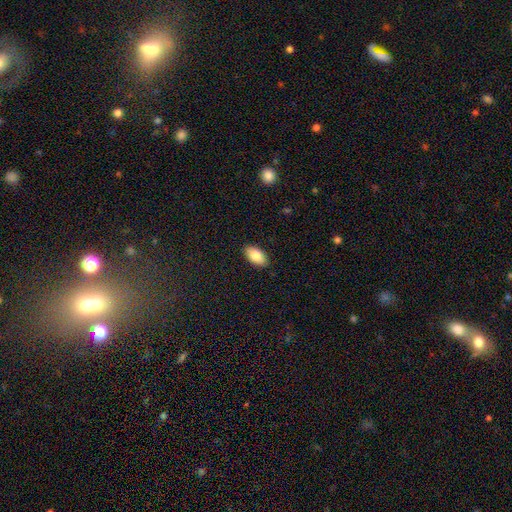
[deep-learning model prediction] Smooth or featured: smooth — 85% (featured or disk — 8%)
How rounded: in between — 94% (round — 3%)
Merging: none — 89% (minor disturbance — 8%)